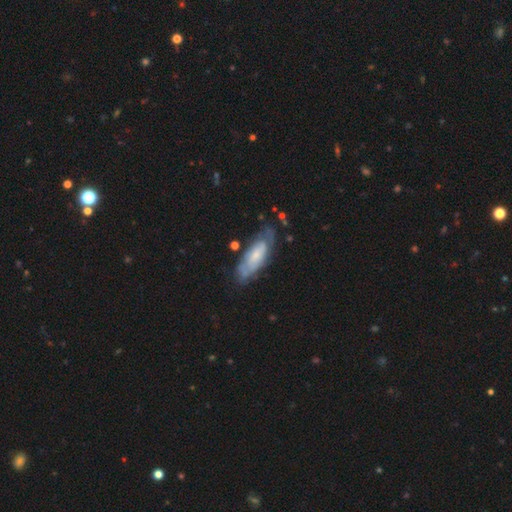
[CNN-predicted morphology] The model was most divided on "smooth or featured": featured or disk: 61%, smooth: 33%, star or artifact: 6%. More confident: edge-on disk — no (84%); spiral arms — yes (77%); bar — no (67%); merging — none (61%); bulge size — small (58%).